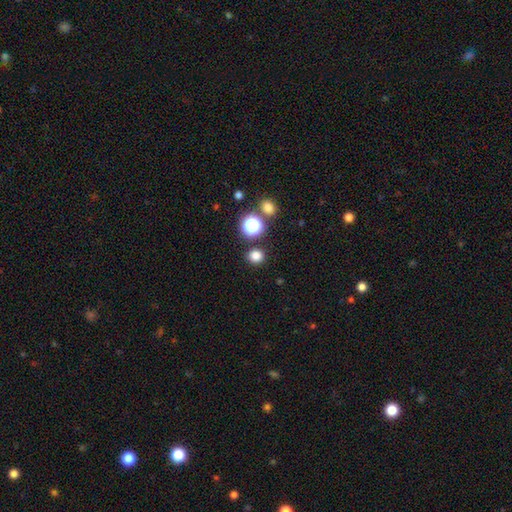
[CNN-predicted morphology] Smooth or featured: smooth — 79% (star or artifact — 17%)
How rounded: round — 85% (in between — 15%)
Merging: none — 87% (minor disturbance — 6%)